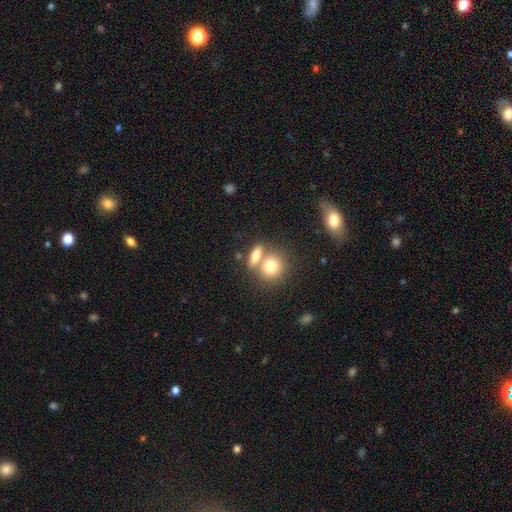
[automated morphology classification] type=smooth (70%); roundness=in between (50%); merging=none (48%).